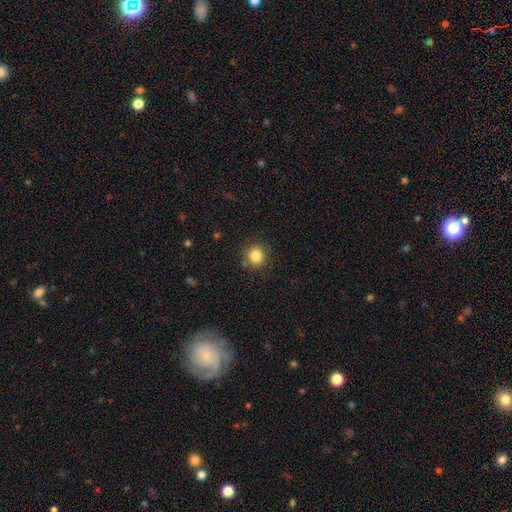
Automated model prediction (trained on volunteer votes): Smooth or featured? Predicted: smooth (p=0.84). How rounded? Predicted: round (p=0.91). Merging? Predicted: none (p=0.87).